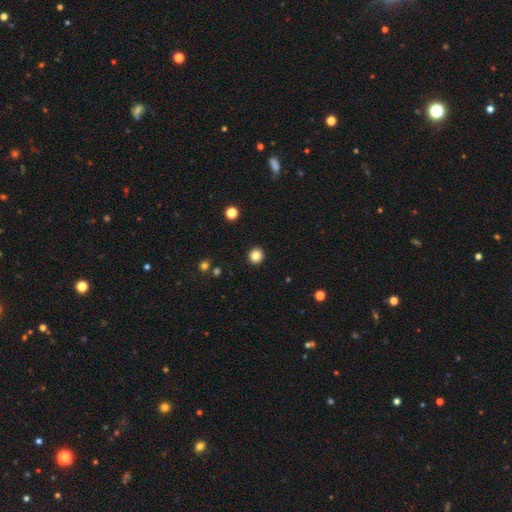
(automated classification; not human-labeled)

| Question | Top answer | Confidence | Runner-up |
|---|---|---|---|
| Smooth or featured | smooth | 84% | star or artifact (11%) |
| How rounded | round | 92% | in between (8%) |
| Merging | none | 93% | minor disturbance (4%) |